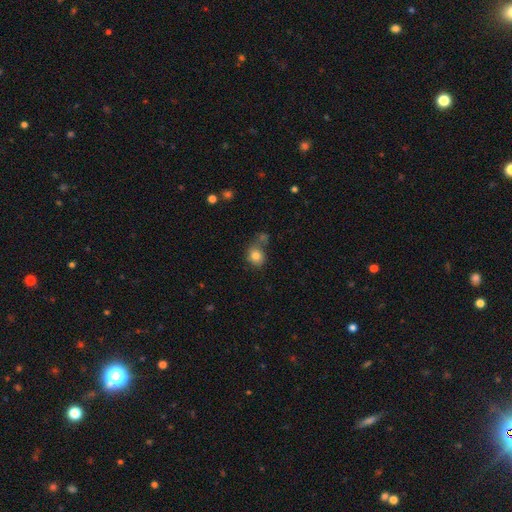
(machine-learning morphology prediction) Overall: smooth (82%). How rounded: round (70%). Merging: none (55%; merger 21%).